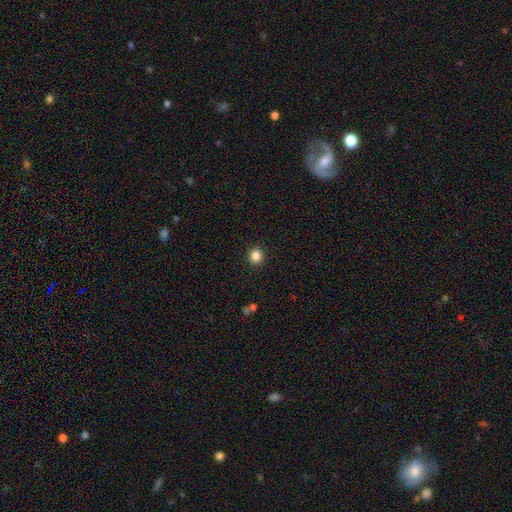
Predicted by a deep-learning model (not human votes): Q: Smooth or featured?
A: smooth (85%); runner-up: star or artifact (11%)
Q: How rounded?
A: round (88%); runner-up: in between (11%)
Q: Merging?
A: none (92%); runner-up: minor disturbance (5%)